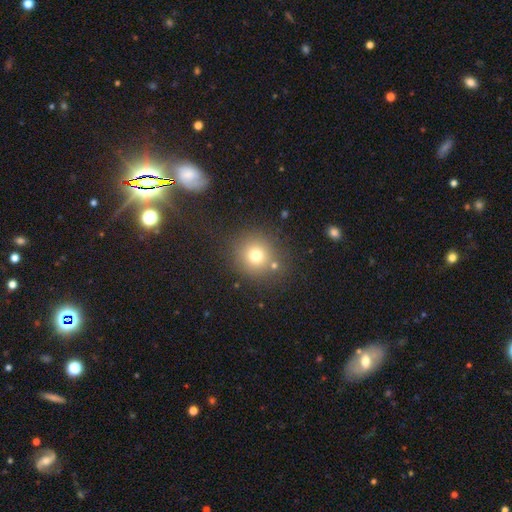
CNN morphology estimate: Smooth or featured? Predicted: smooth (p=0.73). How rounded? Predicted: round (p=0.91). Merging? Predicted: none (p=0.79).